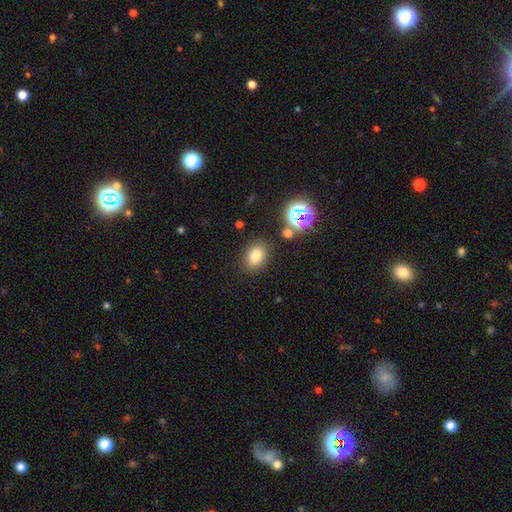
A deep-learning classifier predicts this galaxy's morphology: Smooth or featured?
  - smooth: 78% *
  - star or artifact: 14%
  - featured or disk: 8%
How rounded?
  - in between: 69% *
  - round: 30%
  - cigar-shaped: 1%
Merging?
  - none: 83% *
  - minor disturbance: 10%
  - merger: 4%
  - major disturbance: 3%